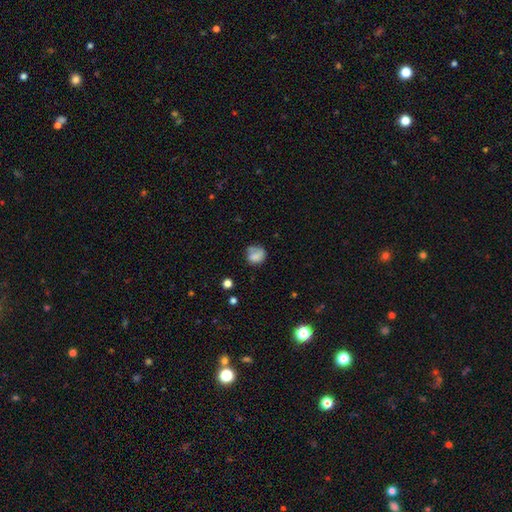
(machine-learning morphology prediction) This appears to be a smooth galaxy with no disk features (74%) that is round (74%). Merging: none (53%).